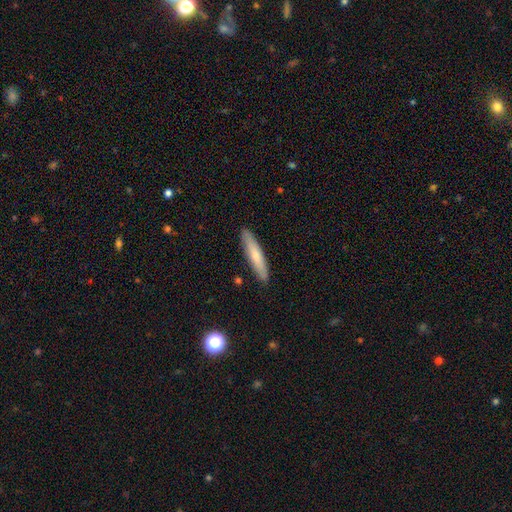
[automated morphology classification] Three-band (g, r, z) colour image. It shows a smooth galaxy with no disk features (66%) that is cigar-shaped (88%). Merging: none (89%).